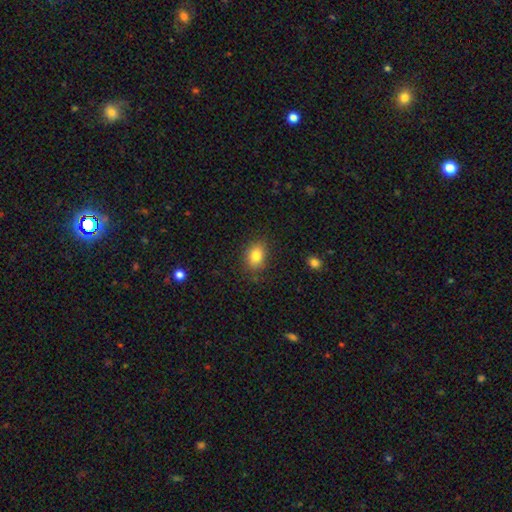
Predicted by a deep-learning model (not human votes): Smooth or featured? Predicted: smooth (p=0.83). How rounded? Predicted: in between (p=0.68). Merging? Predicted: none (p=0.81).